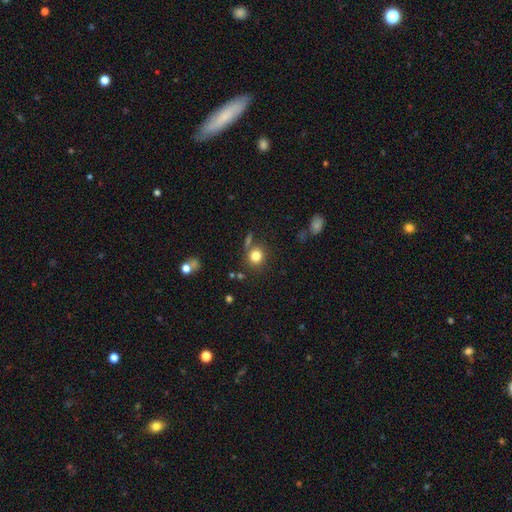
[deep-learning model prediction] The model was most divided on "merging": none: 76%, minor disturbance: 11%, merger: 9%, major disturbance: 4%. More confident: how rounded — round (86%); smooth or featured — smooth (81%).